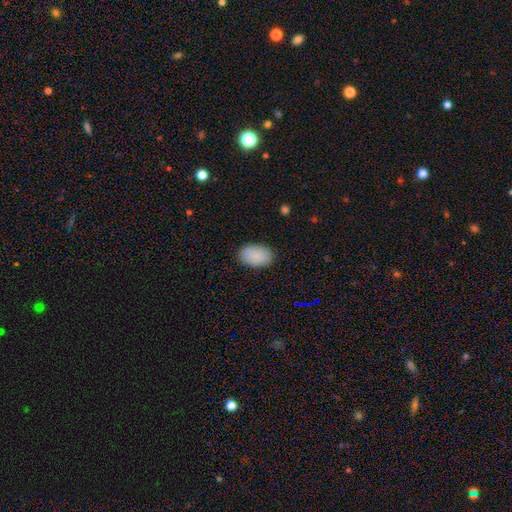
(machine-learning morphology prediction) A smooth galaxy with no disk features (89%) that is in between round and cigar-shaped (91%).

Vote fractions:
- Smooth or featured? smooth: 89% / star or artifact: 7% / featured or disk: 5%
- How rounded? in between: 91% / round: 8% / cigar-shaped: 1%
- Merging? none: 86% / minor disturbance: 10% / major disturbance: 2% / merger: 1%